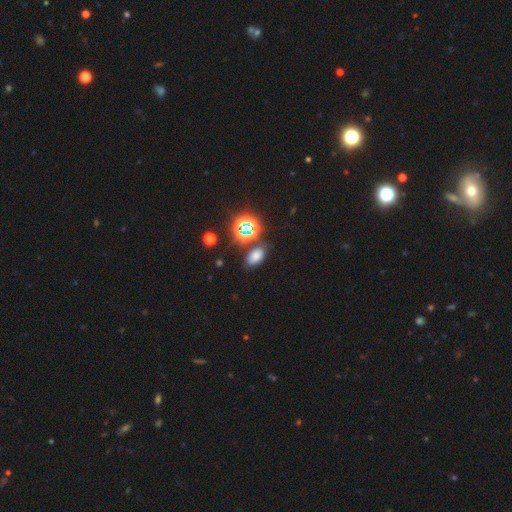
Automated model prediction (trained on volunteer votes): Morphology: type=smooth (61%); roundness=in between (86%); merging=none (77%).